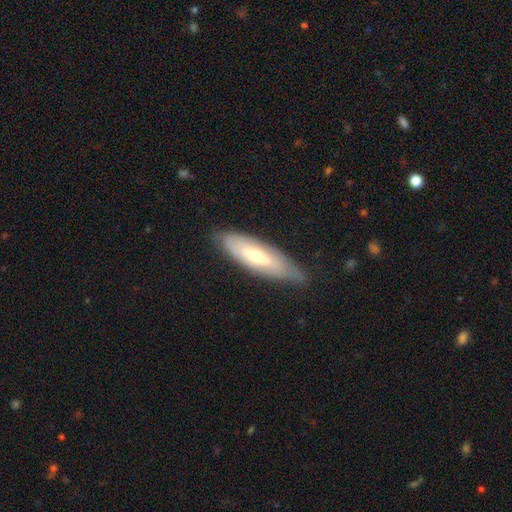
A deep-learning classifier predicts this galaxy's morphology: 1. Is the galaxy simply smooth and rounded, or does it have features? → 52% smooth, 42% featured or disk, 6% star or artifact.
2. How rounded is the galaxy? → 53% in between, 45% cigar-shaped, 2% round.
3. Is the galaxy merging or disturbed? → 70% none, 23% minor disturbance, 5% major disturbance, 1% merger.